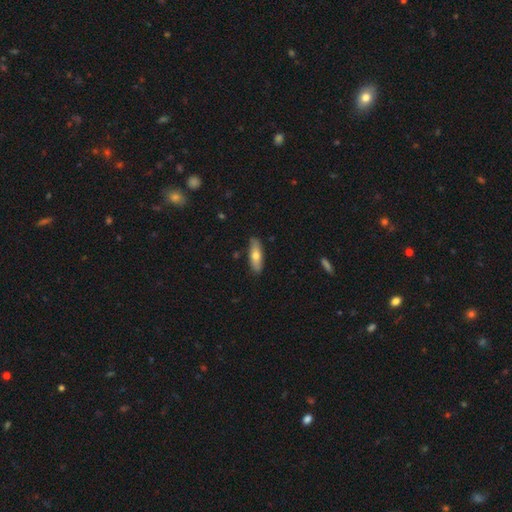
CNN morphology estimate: type=smooth (65%); roundness=cigar-shaped (49%); merging=none (85%).